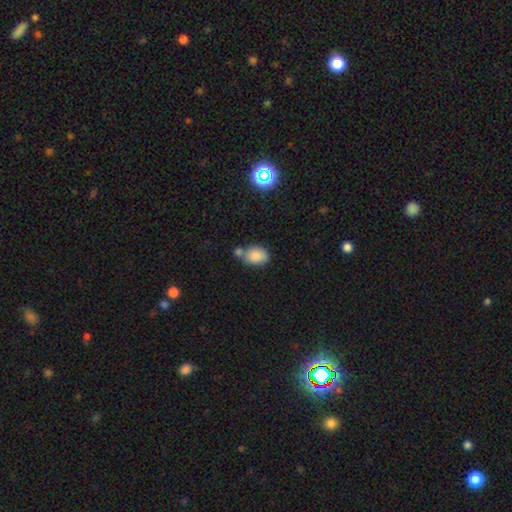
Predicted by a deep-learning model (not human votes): A smooth galaxy with no disk features (81%) that is in between round and cigar-shaped (76%).

Vote fractions:
- Smooth or featured? smooth: 81% / star or artifact: 10% / featured or disk: 9%
- How rounded? in between: 76% / round: 23% / cigar-shaped: 1%
- Merging? none: 42% / merger: 35% / minor disturbance: 18% / major disturbance: 6%